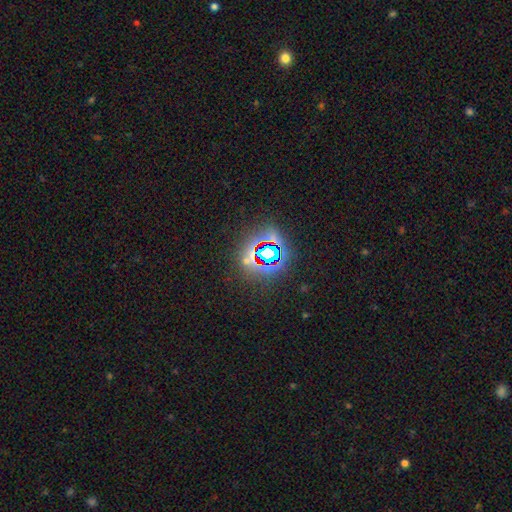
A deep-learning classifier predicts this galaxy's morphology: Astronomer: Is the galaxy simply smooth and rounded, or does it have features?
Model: star or artifact — 73%.